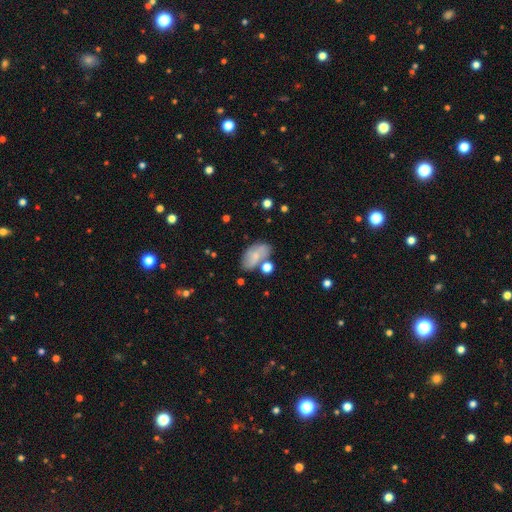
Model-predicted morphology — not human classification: Overall: smooth (60%; featured or disk 32%). How rounded: in between (90%). Merging: none (55%; minor disturbance 22%).